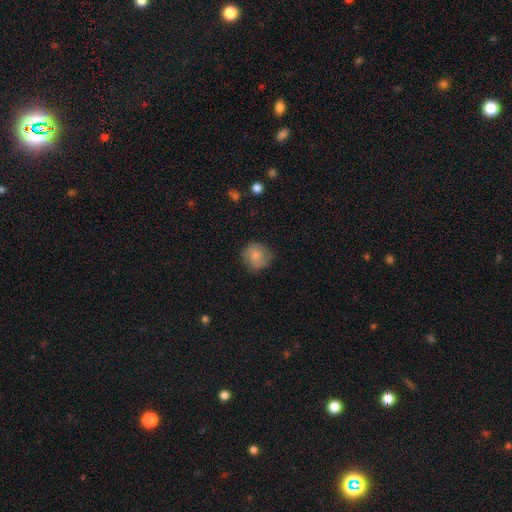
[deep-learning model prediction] smooth 78%, featured or disk 15%, star or artifact 8%. Down the decision tree: how rounded — round (88%); merging — none (76%).